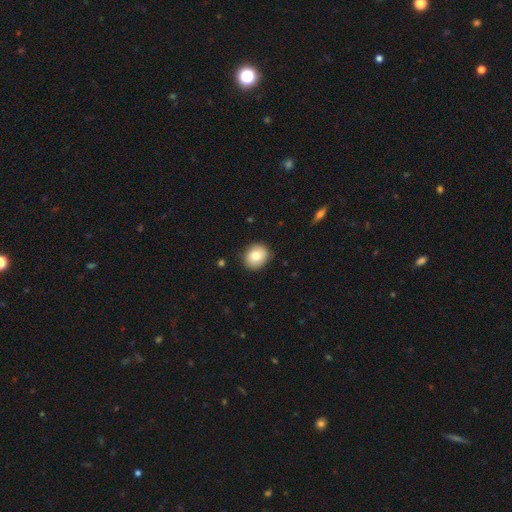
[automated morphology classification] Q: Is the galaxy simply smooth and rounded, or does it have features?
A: smooth — 84%.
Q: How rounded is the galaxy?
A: round — 70%.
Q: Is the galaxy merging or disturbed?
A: none — 87%.